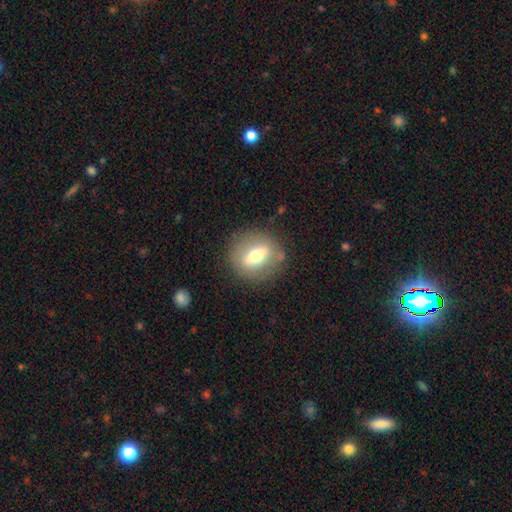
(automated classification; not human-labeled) Q: Smooth or featured?
A: smooth (52%); runner-up: featured or disk (39%)
Q: How rounded?
A: round (70%); runner-up: in between (27%)
Q: Merging?
A: none (82%); runner-up: minor disturbance (11%)